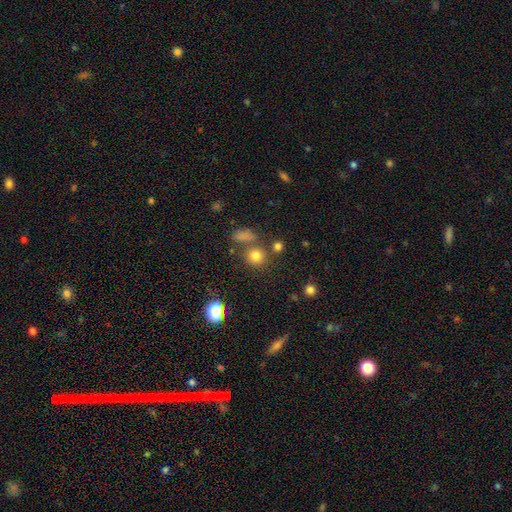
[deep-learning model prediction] smooth_or_featured: smooth (p=0.76) [alt: star or artifact p=0.17]
how_rounded: round (p=0.87) [alt: in between p=0.12]
merging: none (p=0.69) [alt: merger p=0.17]